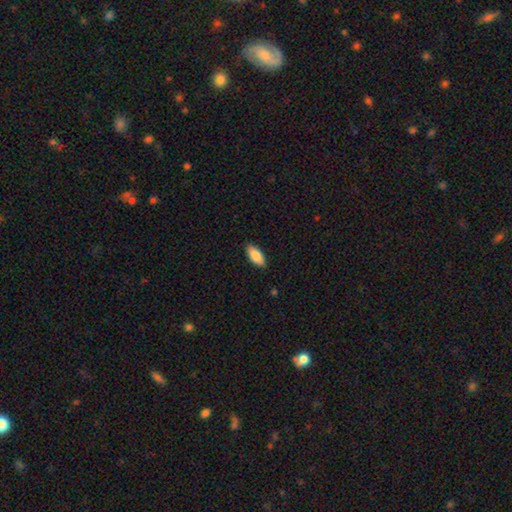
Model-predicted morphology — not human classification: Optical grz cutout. It shows a smooth galaxy with no disk features (84%) that is in between round and cigar-shaped (84%). Merging: none (88%).